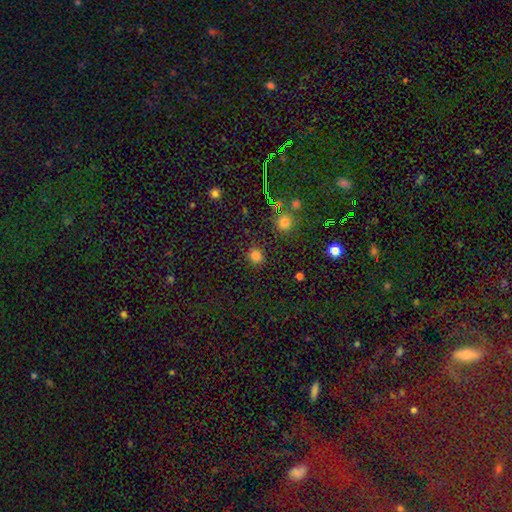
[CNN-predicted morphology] Smooth or featured? Predicted: smooth (p=0.78). How rounded? Predicted: round (p=0.86). Merging? Predicted: none (p=0.86).